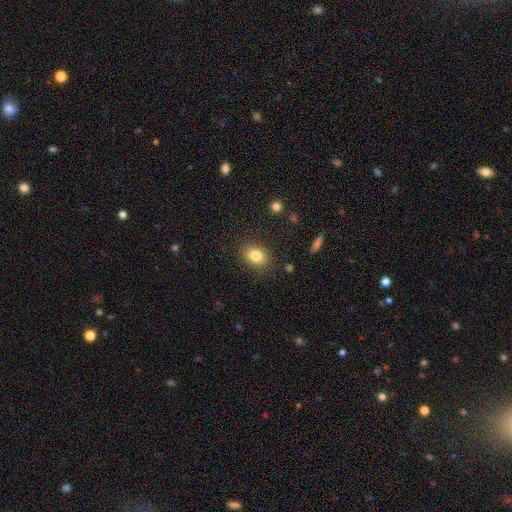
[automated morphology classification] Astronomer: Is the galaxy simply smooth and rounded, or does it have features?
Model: smooth — 82%.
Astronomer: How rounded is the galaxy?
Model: in between — 59% (runner-up: round, 40%).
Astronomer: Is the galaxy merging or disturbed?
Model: none — 85%.